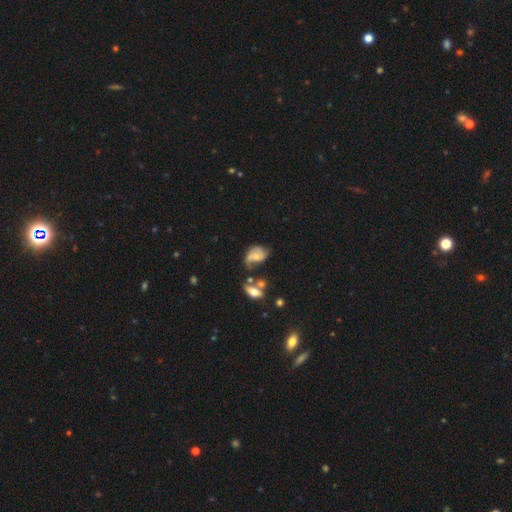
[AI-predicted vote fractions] Q: Smooth or featured?
A: featured or disk (55%); runner-up: smooth (35%)
Q: Edge-on disk?
A: no (96%); runner-up: yes (4%)
Q: Bar?
A: no (68%); runner-up: weak (27%)
Q: Spiral arms?
A: yes (83%); runner-up: no (17%)
Q: Bulge size?
A: small (46%); runner-up: moderate (27%)
Q: Merging?
A: none (33%); runner-up: minor disturbance (27%)